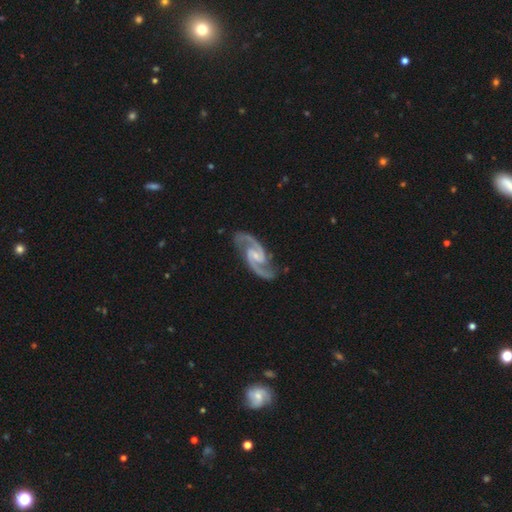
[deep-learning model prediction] Smooth or featured?
  - featured or disk: 94% *
  - star or artifact: 3%
  - smooth: 2%
Edge-on disk?
  - no: 98% *
  - yes: 2%
Bar?
  - weak: 50% *
  - no: 27%
  - strong: 23%
Spiral arms?
  - yes: 99% *
  - no: 1%
Spiral winding?
  - medium: 67% *
  - loose: 17%
  - tight: 16%
Spiral arm count?
  - 2: 95% *
  - can't tell: 1%
  - 3: 1%
  - 1: 1%
  - 4: 1%
  - more than 4: 1%
Bulge size?
  - small: 61% *
  - moderate: 24%
  - none: 13%
  - large: 1%
  - dominant: 1%
Merging?
  - none: 83% *
  - minor disturbance: 13%
  - major disturbance: 3%
  - merger: 1%